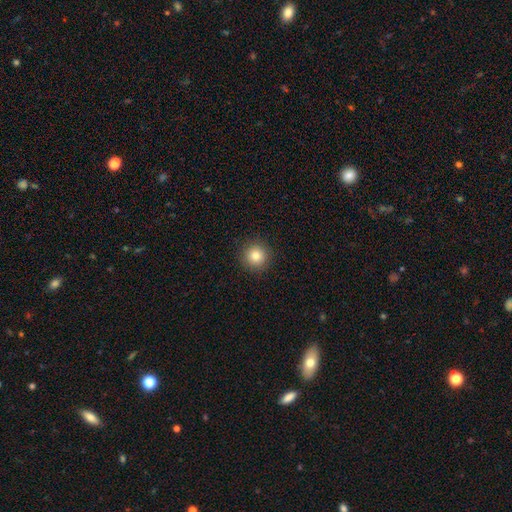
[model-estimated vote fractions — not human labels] A smooth galaxy with no disk features (83%) that is round (95%).

Vote fractions:
- Smooth or featured? smooth: 83% / star or artifact: 11% / featured or disk: 6%
- How rounded? round: 95% / in between: 4% / cigar-shaped: 1%
- Merging? none: 92% / minor disturbance: 5% / major disturbance: 2% / merger: 1%